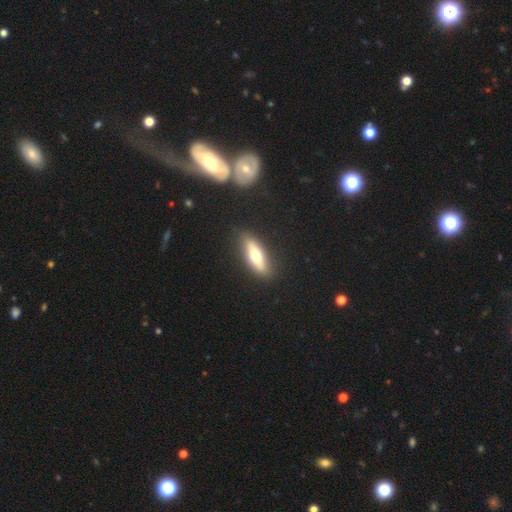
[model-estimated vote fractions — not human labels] Smooth or featured?
  - smooth: 58% *
  - featured or disk: 37%
  - star or artifact: 6%
How rounded?
  - cigar-shaped: 51% *
  - in between: 47%
  - round: 2%
Merging?
  - none: 86% *
  - minor disturbance: 10%
  - major disturbance: 3%
  - merger: 2%